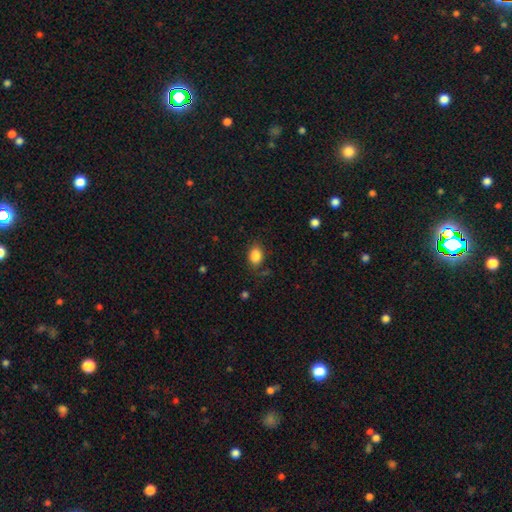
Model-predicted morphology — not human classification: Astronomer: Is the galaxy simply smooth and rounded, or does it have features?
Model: smooth — 86%.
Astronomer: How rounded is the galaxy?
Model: in between — 76%.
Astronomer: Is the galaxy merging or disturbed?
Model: none — 80%.